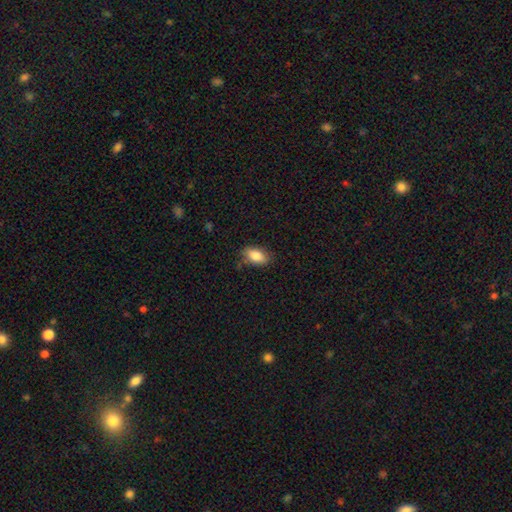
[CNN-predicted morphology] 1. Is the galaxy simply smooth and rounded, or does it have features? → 83% smooth, 9% featured or disk, 7% star or artifact.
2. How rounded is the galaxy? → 89% in between, 6% round, 5% cigar-shaped.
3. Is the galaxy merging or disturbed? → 78% none, 17% minor disturbance, 3% major disturbance, 2% merger.